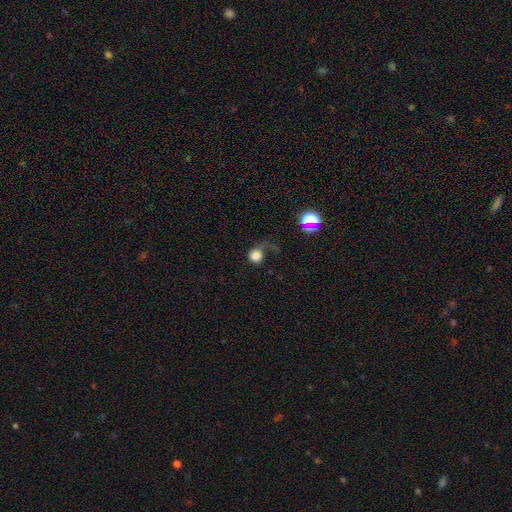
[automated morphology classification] smooth 72%, featured or disk 15%, star or artifact 13%. Down the decision tree: how rounded — round (84%); merging — major disturbance (41%).